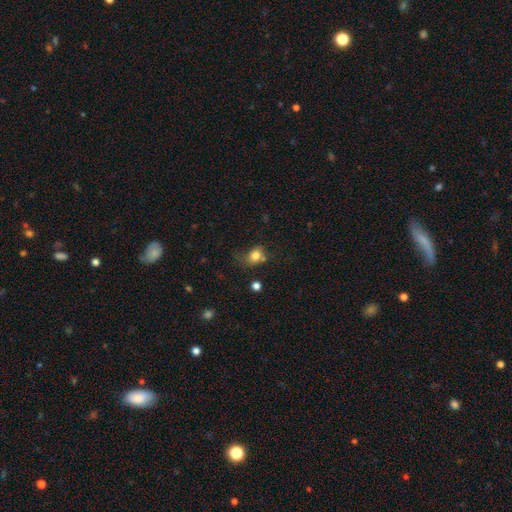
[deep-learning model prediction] smooth 79%, star or artifact 12%, featured or disk 9%. Down the decision tree: how rounded — in between (51%); merging — none (48%).